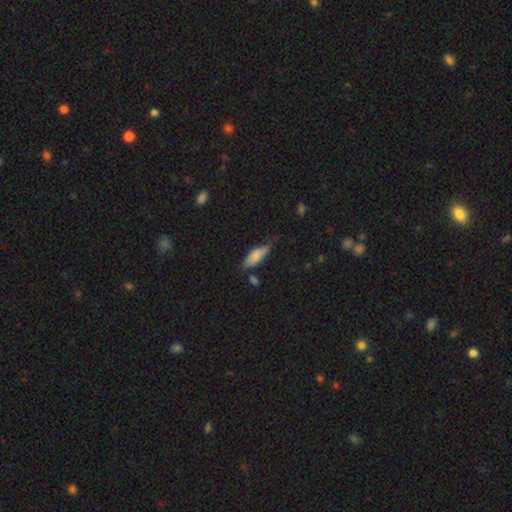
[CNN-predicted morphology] A smooth galaxy with no disk features (77%) that is in between round and cigar-shaped (64%). Merging: none (53%).